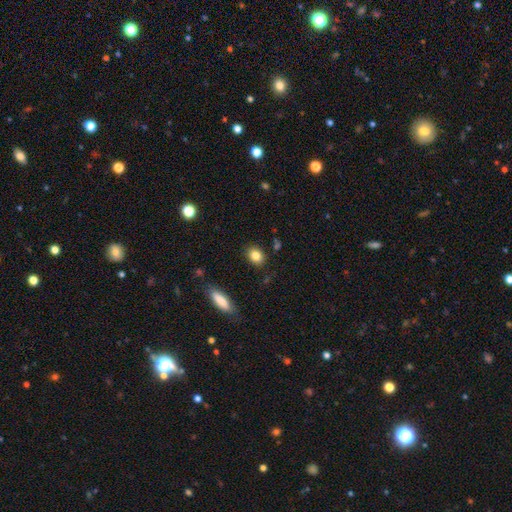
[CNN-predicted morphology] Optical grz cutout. It shows a smooth galaxy with no disk features (84%) that is in between round and cigar-shaped (60%). Merging: none (86%).